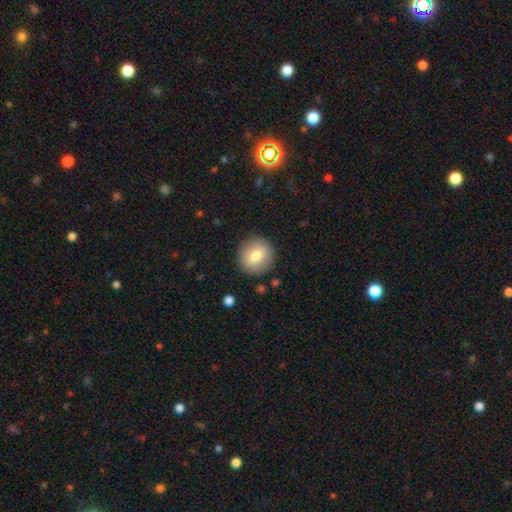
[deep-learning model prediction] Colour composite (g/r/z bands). It shows a smooth galaxy with no disk features (73%) that is round (88%). Merging: none (88%).